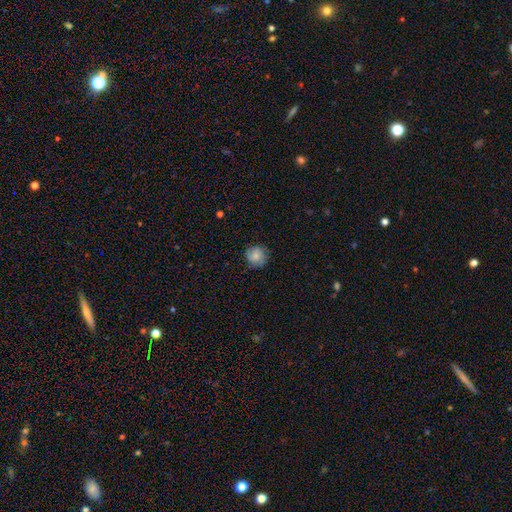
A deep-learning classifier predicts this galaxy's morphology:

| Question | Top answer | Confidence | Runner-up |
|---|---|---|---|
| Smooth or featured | smooth | 70% | featured or disk (22%) |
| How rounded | round | 90% | in between (9%) |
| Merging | none | 79% | minor disturbance (16%) |